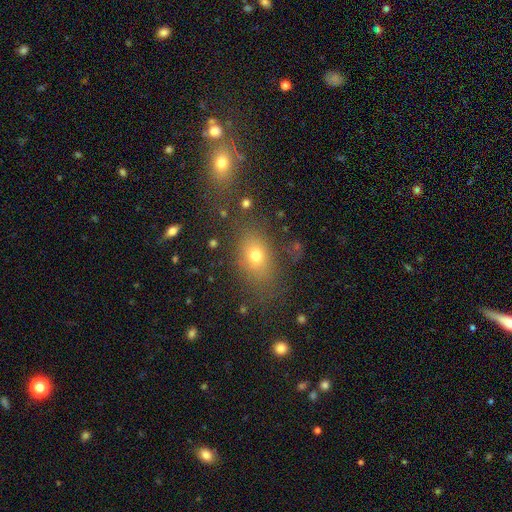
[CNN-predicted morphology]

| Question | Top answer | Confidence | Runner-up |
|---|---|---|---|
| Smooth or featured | smooth | 70% | star or artifact (17%) |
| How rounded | in between | 69% | round (27%) |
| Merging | none | 72% | minor disturbance (15%) |